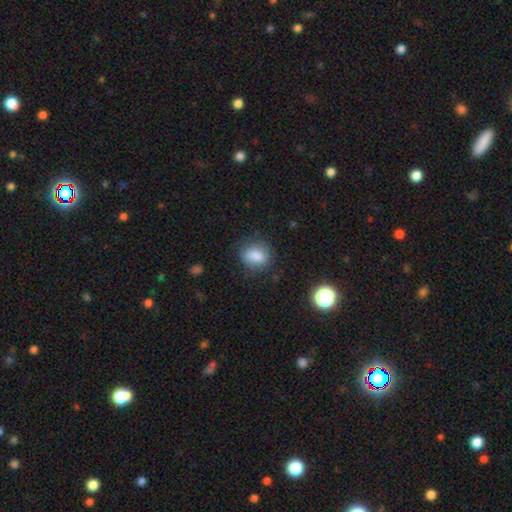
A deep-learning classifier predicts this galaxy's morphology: A smooth galaxy with no disk features (83%) that is round (55%).

Vote fractions:
- Smooth or featured? smooth: 83% / star or artifact: 10% / featured or disk: 7%
- How rounded? round: 55% / in between: 44% / cigar-shaped: 1%
- Merging? none: 74% / minor disturbance: 19% / major disturbance: 6% / merger: 2%